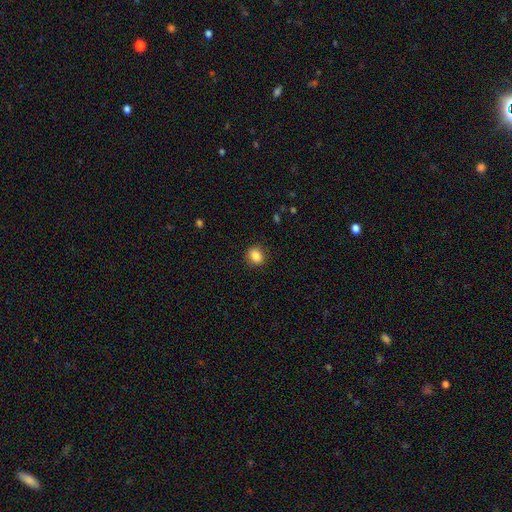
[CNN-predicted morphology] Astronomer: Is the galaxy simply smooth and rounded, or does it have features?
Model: smooth — 86%.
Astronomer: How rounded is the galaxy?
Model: round — 63%.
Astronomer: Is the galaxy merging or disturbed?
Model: none — 88%.